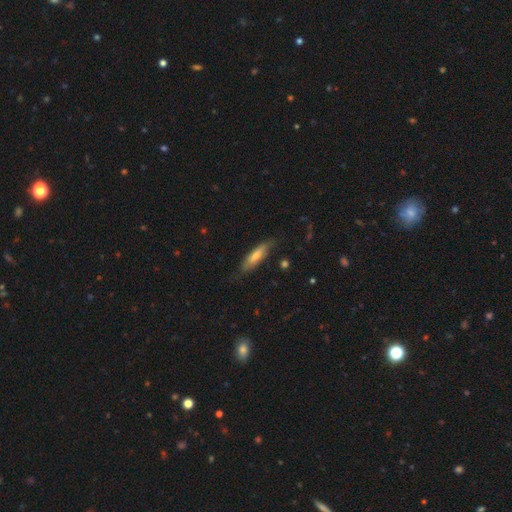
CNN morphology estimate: Smooth or featured? Predicted: smooth (p=0.59). How rounded? Predicted: cigar-shaped (p=0.70). Merging? Predicted: none (p=0.73).